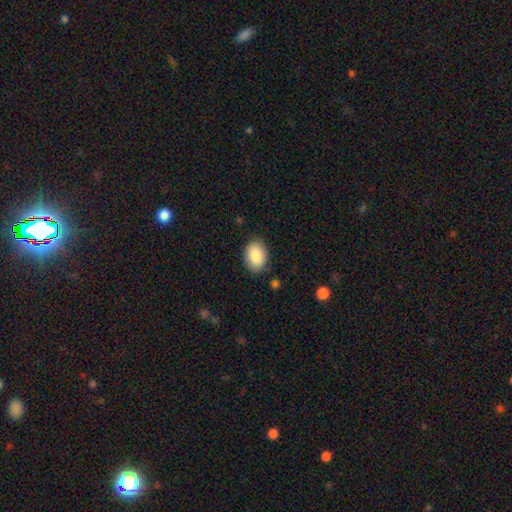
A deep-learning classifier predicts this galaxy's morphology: A smooth galaxy with no disk features (86%) that is in between round and cigar-shaped (79%). Merging: none (85%).